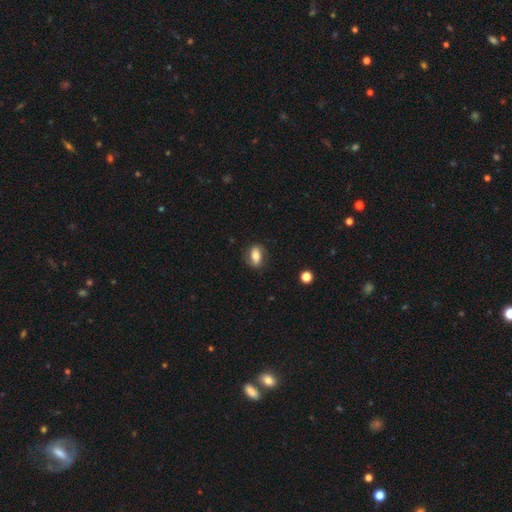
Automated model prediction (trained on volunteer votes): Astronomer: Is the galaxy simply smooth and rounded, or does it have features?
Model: smooth — 60%.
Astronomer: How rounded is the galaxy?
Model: in between — 81%.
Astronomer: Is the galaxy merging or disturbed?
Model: none — 77%.